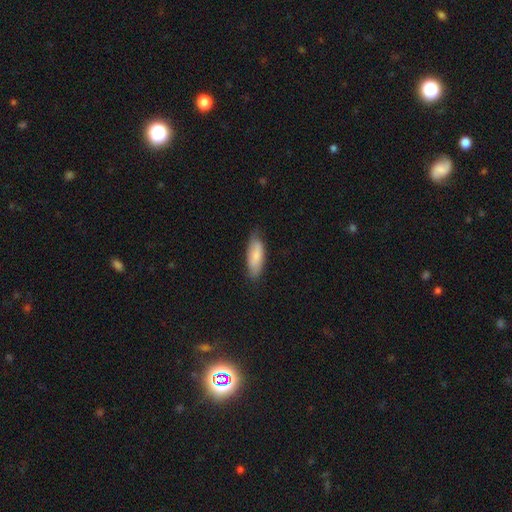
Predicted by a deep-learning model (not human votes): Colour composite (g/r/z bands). It shows a smooth galaxy with no disk features (79%) that is in between round and cigar-shaped (61%). Merging: none (74%).